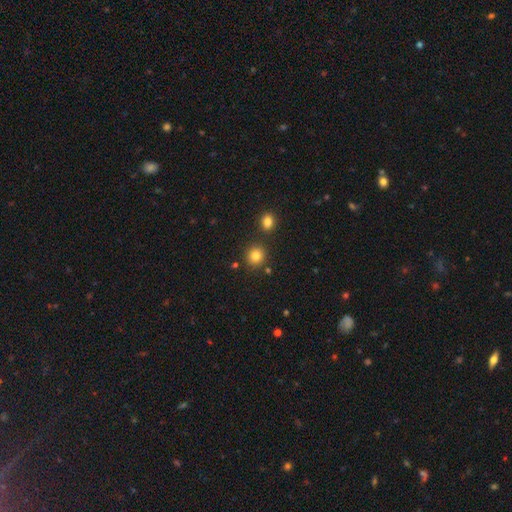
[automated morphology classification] A smooth galaxy with no disk features (82%) that is round (88%).

Vote fractions:
- Smooth or featured? smooth: 82% / star or artifact: 12% / featured or disk: 6%
- How rounded? round: 88% / in between: 11% / cigar-shaped: 1%
- Merging? none: 84% / minor disturbance: 7% / merger: 6% / major disturbance: 2%